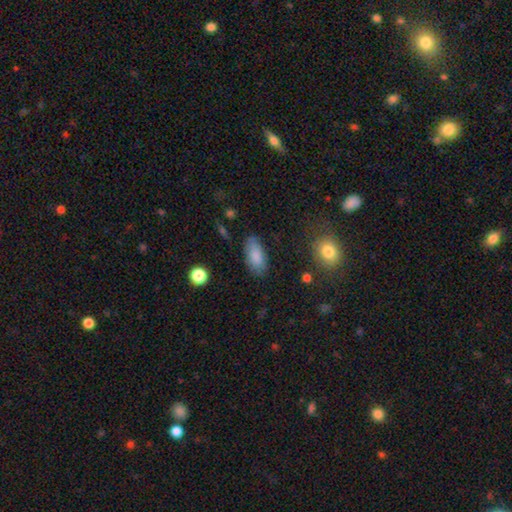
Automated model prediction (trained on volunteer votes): A smooth galaxy with no disk features (85%) that is in between round and cigar-shaped (89%).

Vote fractions:
- Smooth or featured? smooth: 85% / featured or disk: 8% / star or artifact: 7%
- How rounded? in between: 89% / cigar-shaped: 8% / round: 3%
- Merging? none: 79% / minor disturbance: 15% / major disturbance: 4% / merger: 2%